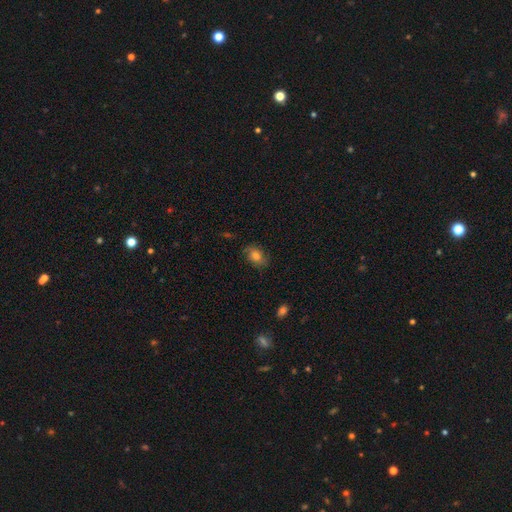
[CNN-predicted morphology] smooth_or_featured: smooth (p=0.64) [alt: featured or disk p=0.25]
how_rounded: in between (p=0.71) [alt: round p=0.28]
merging: none (p=0.74) [alt: minor disturbance p=0.19]